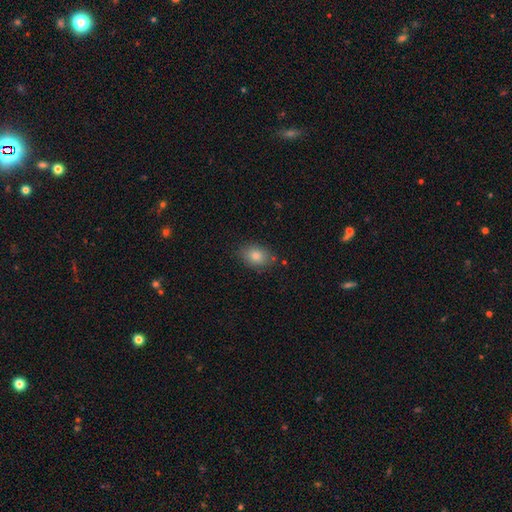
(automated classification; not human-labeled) smooth-or-featured: smooth: 82% | star or artifact: 10% | featured or disk: 9%
  how-rounded: in between: 75% | round: 24% | cigar-shaped: 1%
  merging: none: 82% | minor disturbance: 13% | major disturbance: 3% | merger: 2%